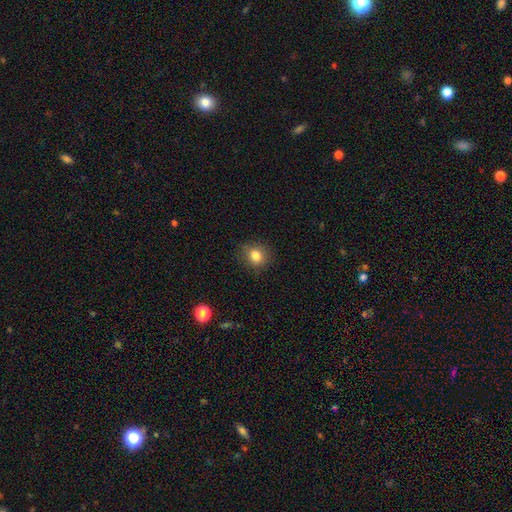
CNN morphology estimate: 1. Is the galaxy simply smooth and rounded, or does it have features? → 83% smooth, 11% star or artifact, 6% featured or disk.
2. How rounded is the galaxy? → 71% round, 28% in between, 1% cigar-shaped.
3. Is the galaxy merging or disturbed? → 85% none, 11% minor disturbance, 3% major disturbance, 1% merger.